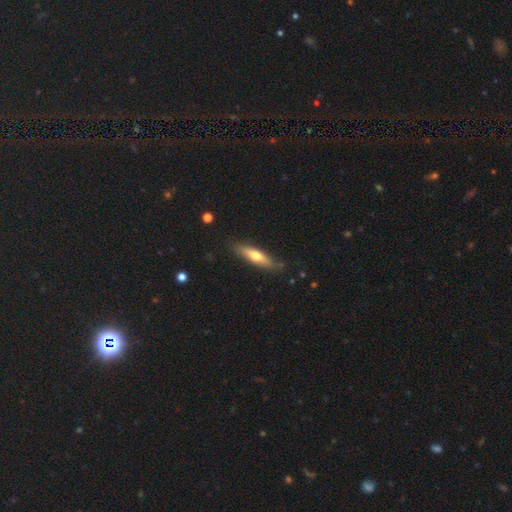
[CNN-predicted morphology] The model was most divided on "smooth or featured": smooth: 57%, featured or disk: 38%, star or artifact: 6%. More confident: merging — none (82%); how rounded — cigar-shaped (72%).